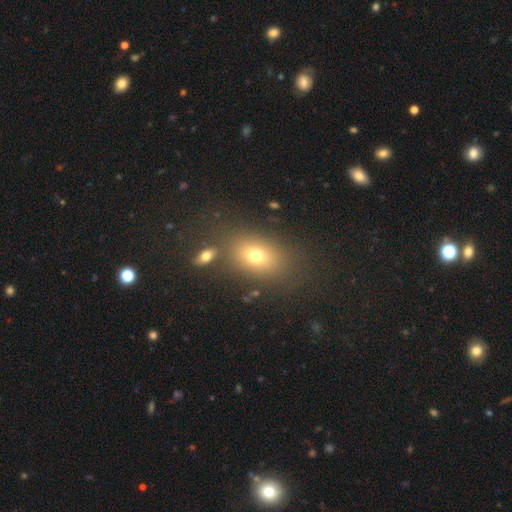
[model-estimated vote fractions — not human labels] A smooth galaxy with no disk features (72%) that is in between round and cigar-shaped (70%). Merging: none (75%).